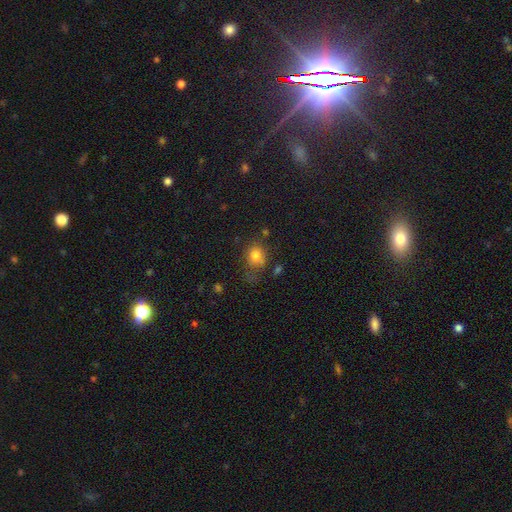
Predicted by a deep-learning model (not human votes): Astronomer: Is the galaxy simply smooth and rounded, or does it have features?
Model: smooth — 78%.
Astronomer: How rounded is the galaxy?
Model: round — 64%.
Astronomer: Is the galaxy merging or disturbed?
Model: none — 51%.